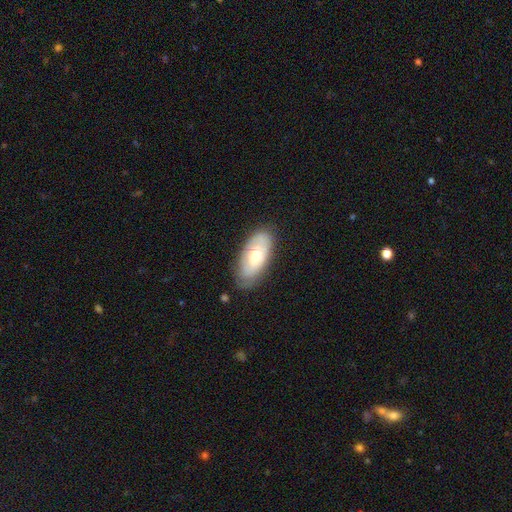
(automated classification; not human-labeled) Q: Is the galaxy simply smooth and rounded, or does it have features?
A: smooth — 56%.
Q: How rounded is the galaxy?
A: in between — 90%.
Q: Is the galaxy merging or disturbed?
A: none — 76%.